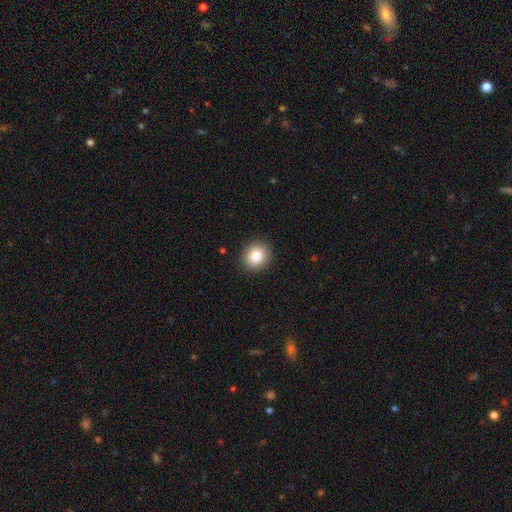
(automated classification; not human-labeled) The model was most divided on "how rounded": round: 82%, in between: 17%, cigar-shaped: 1%. More confident: merging — none (91%); smooth or featured — smooth (84%).